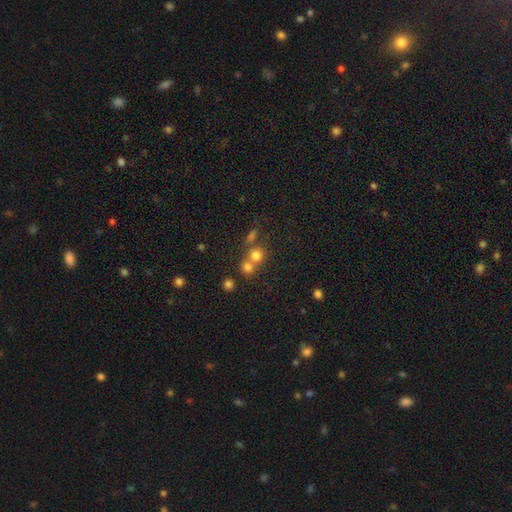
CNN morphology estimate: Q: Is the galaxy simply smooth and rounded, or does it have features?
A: smooth — 73%.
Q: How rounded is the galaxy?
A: round — 85%.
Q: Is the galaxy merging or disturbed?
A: none — 47%.